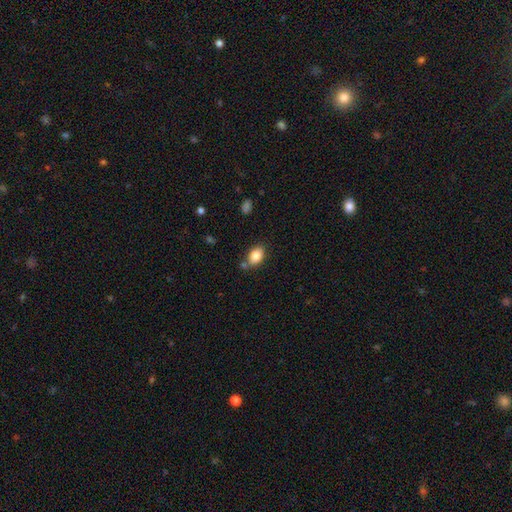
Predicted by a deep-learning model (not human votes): Smooth or featured?
  - smooth: 84% *
  - star or artifact: 8%
  - featured or disk: 8%
How rounded?
  - in between: 85% *
  - round: 14%
  - cigar-shaped: 2%
Merging?
  - none: 73% *
  - minor disturbance: 14%
  - merger: 9%
  - major disturbance: 3%